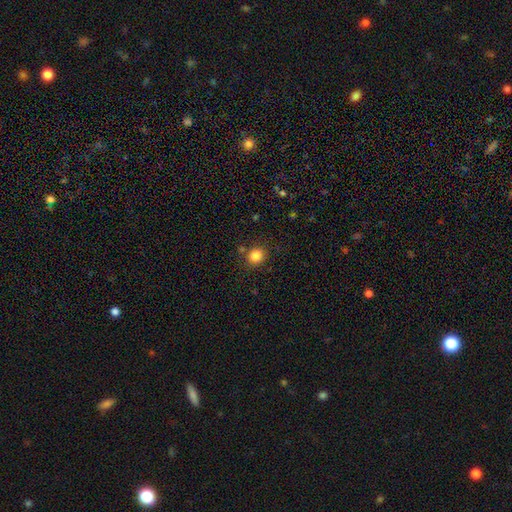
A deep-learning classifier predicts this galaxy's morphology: Overall: smooth (84%). How rounded: round (79%). Merging: none (83%).